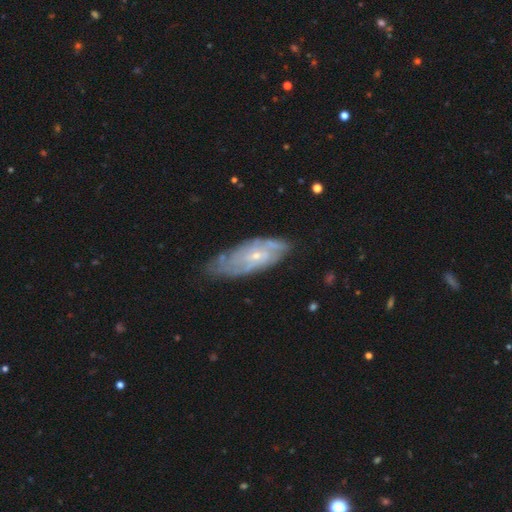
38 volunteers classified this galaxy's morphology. A featured or disk galaxy (79%) with no bar (66%), medium (50%) spiral arms (76%) and a small central bulge (90%). Merging: none (59%).